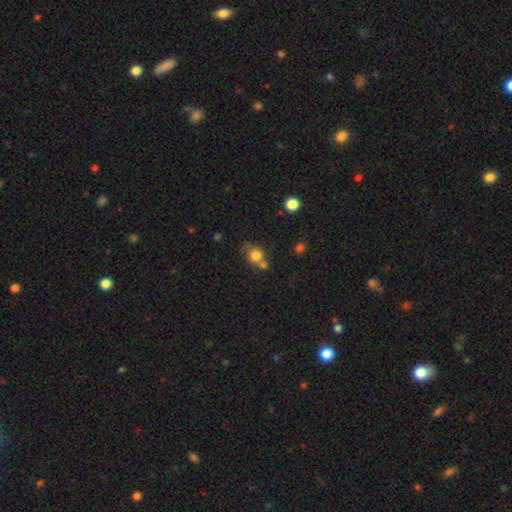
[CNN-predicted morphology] Overall: smooth (76%). How rounded: round (72%). Merging: none (44%; merger 32%).